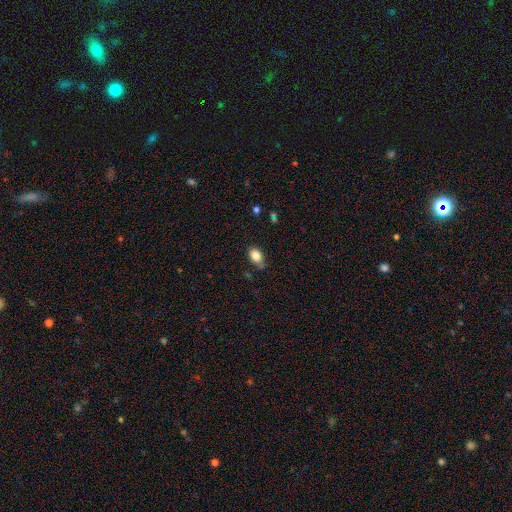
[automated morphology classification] Overall: smooth (84%). How rounded: in between (79%). Merging: none (68%).